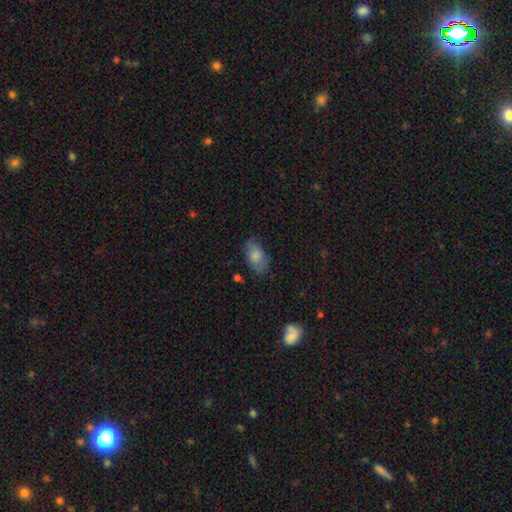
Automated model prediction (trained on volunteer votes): Smooth or featured? smooth (79%)
How rounded? in between (91%)
Merging? none (66%)